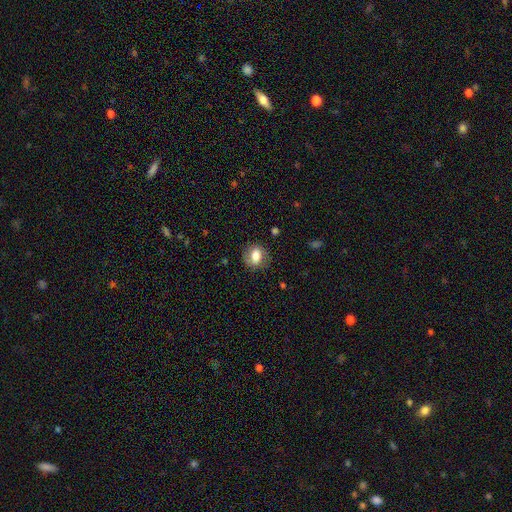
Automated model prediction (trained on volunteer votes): The model was most divided on "how rounded": in between: 54%, round: 44%, cigar-shaped: 2%. More confident: merging — none (78%); smooth or featured — smooth (68%).